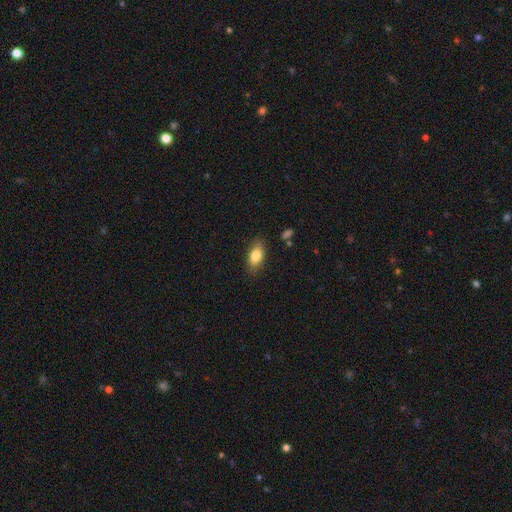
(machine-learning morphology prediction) smooth_or_featured: smooth (p=0.80) [alt: featured or disk p=0.13]
how_rounded: in between (p=0.86) [alt: cigar-shaped p=0.09]
merging: none (p=0.81) [alt: minor disturbance p=0.14]